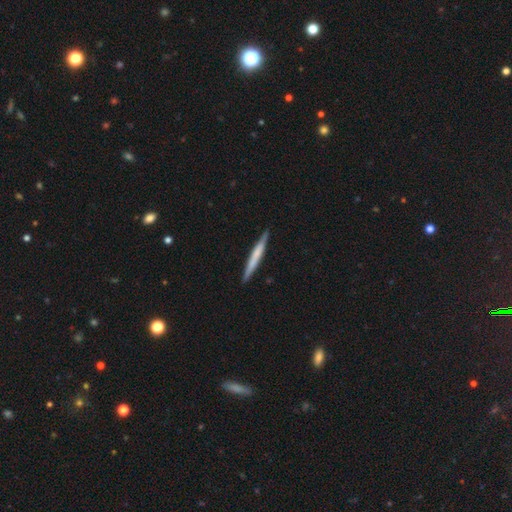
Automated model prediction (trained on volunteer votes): Smooth or featured?
  - smooth: 55% *
  - featured or disk: 40%
  - star or artifact: 5%
How rounded?
  - cigar-shaped: 97% *
  - in between: 2%
  - round: 1%
Merging?
  - none: 90% *
  - minor disturbance: 8%
  - major disturbance: 1%
  - merger: 1%